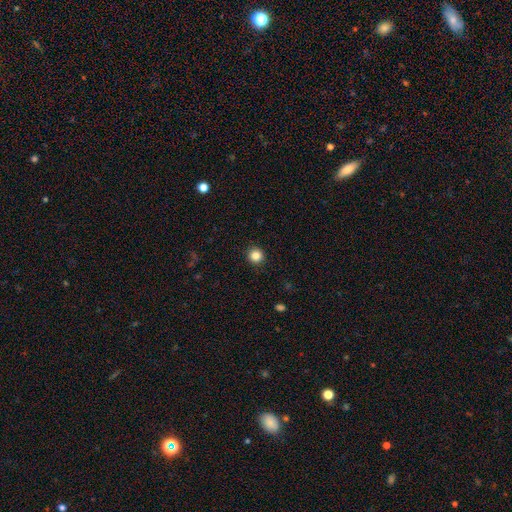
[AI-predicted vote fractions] Smooth or featured: smooth — 85% (star or artifact — 11%)
How rounded: round — 94% (in between — 5%)
Merging: none — 92% (minor disturbance — 5%)